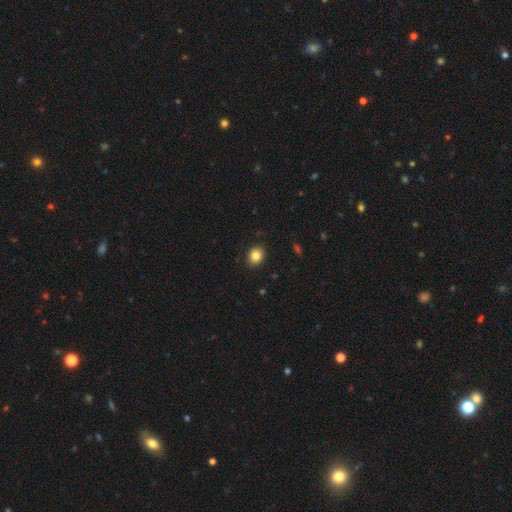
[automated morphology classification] Q: Smooth or featured?
A: smooth (85%); runner-up: star or artifact (10%)
Q: How rounded?
A: round (59%); runner-up: in between (40%)
Q: Merging?
A: none (89%); runner-up: minor disturbance (8%)